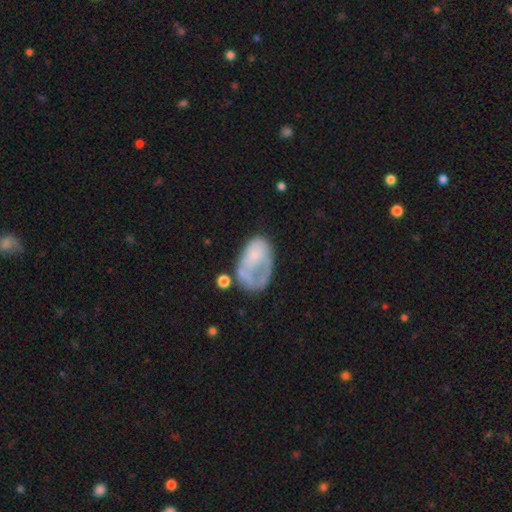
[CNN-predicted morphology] type=smooth (49%); merging=major disturbance (37%).